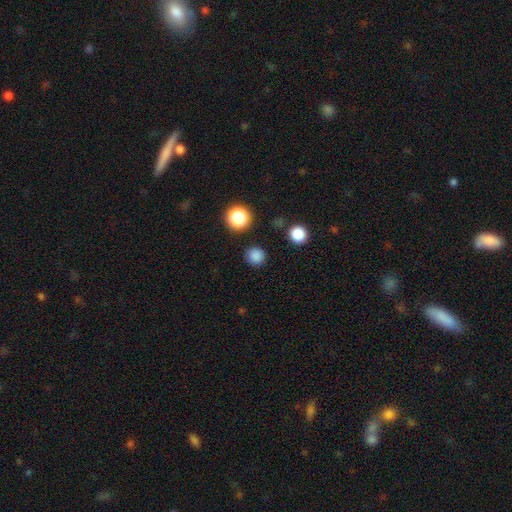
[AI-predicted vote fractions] The model was most divided on "smooth or featured": smooth: 82%, star or artifact: 14%, featured or disk: 3%. More confident: how rounded — round (92%); merging — none (89%).